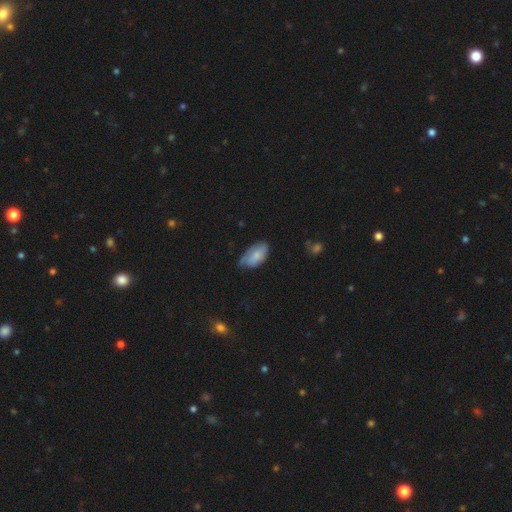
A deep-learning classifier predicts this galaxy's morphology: The model was most divided on "merging": minor disturbance: 43%, none: 42%, major disturbance: 13%, merger: 2%. More confident: how rounded — in between (94%); smooth or featured — smooth (72%).